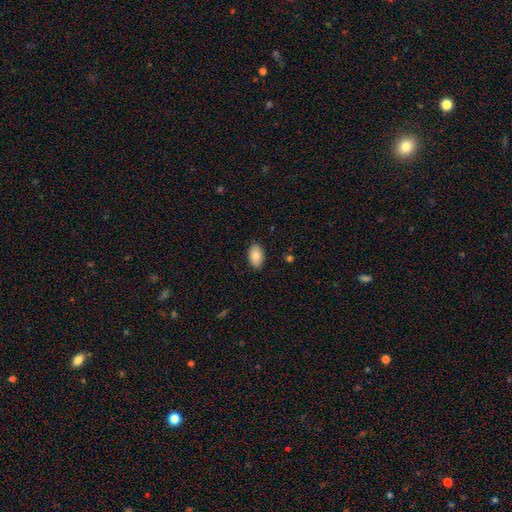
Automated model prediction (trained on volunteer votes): smooth-or-featured: smooth: 85% | featured or disk: 8% | star or artifact: 7%
  how-rounded: in between: 93% | round: 5% | cigar-shaped: 1%
  merging: none: 88% | minor disturbance: 9% | major disturbance: 2% | merger: 1%